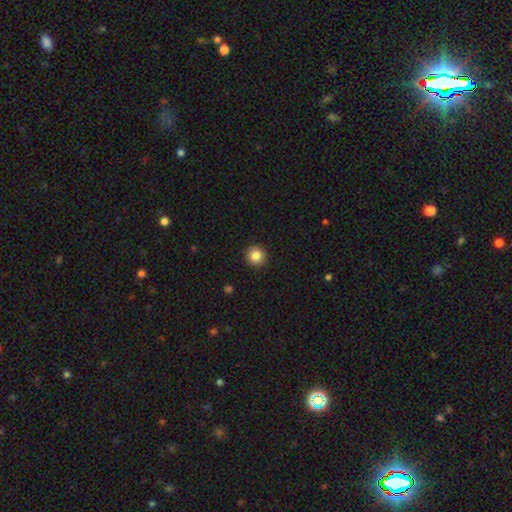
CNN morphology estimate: The model was most divided on "smooth or featured": smooth: 86%, star or artifact: 10%, featured or disk: 5%. More confident: how rounded — round (94%); merging — none (92%).